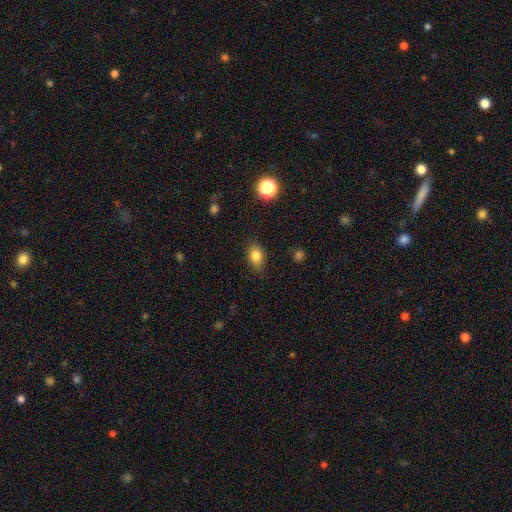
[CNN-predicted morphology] This appears to be a smooth galaxy with no disk features (82%) that is in between round and cigar-shaped (68%). Merging: none (81%).